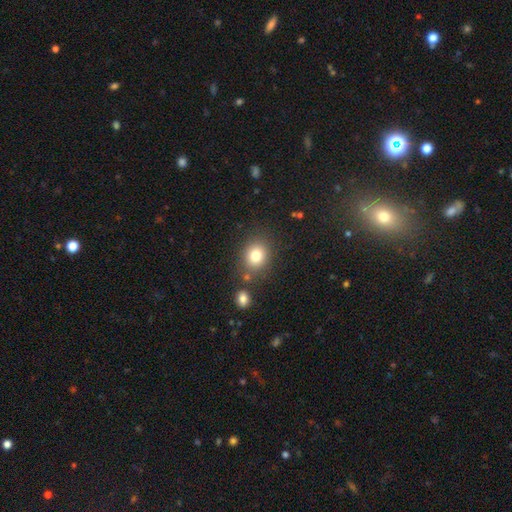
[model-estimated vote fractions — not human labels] smooth_or_featured: smooth (p=0.80) [alt: star or artifact p=0.12]
how_rounded: round (p=0.67) [alt: in between p=0.32]
merging: none (p=0.76) [alt: minor disturbance p=0.11]